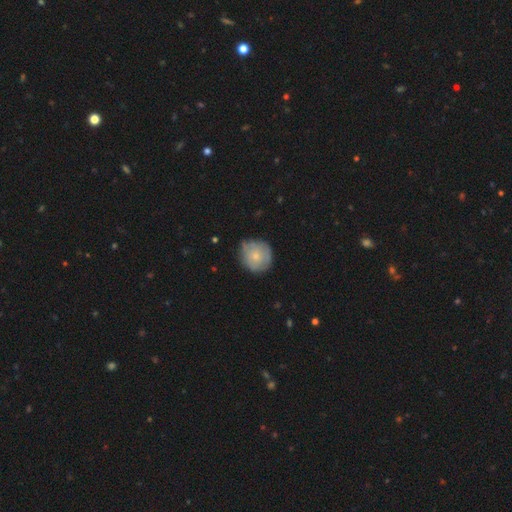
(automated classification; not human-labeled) Smooth or featured?
  - smooth: 67% *
  - featured or disk: 27%
  - star or artifact: 6%
How rounded?
  - round: 90% *
  - in between: 9%
  - cigar-shaped: 1%
Merging?
  - none: 68% *
  - minor disturbance: 25%
  - major disturbance: 5%
  - merger: 2%